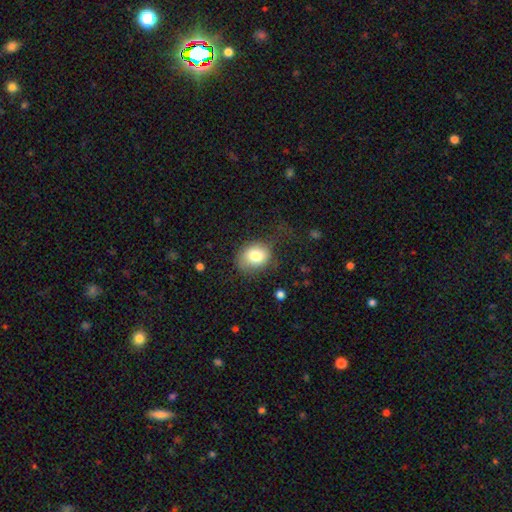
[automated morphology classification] type=smooth (79%); roundness=round (53%); merging=none (60%).